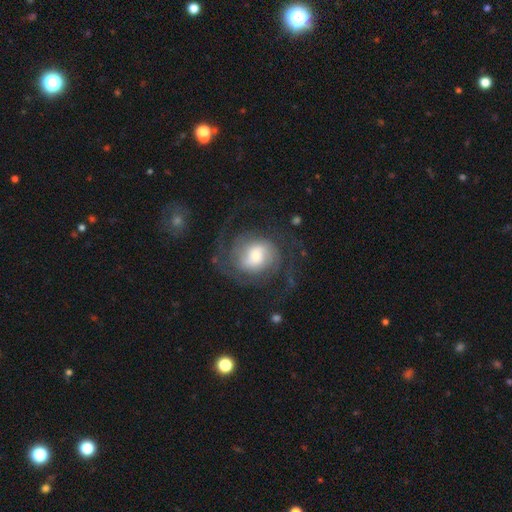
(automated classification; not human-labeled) Smooth or featured? featured or disk (79%)
Edge-on disk? no (98%)
Bar? no (56%)
Spiral arms? yes (94%)
Spiral winding? tight (43%)
Spiral arm count? 2 (42%)
Bulge size? moderate (38%)
Merging? none (65%)